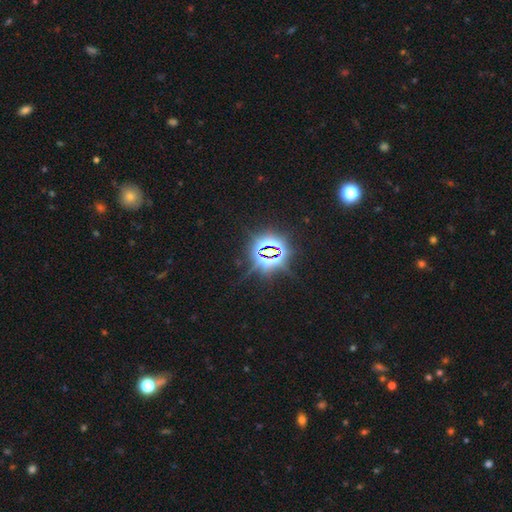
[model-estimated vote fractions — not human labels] star or artifact 80%, smooth 13%, featured or disk 7%.